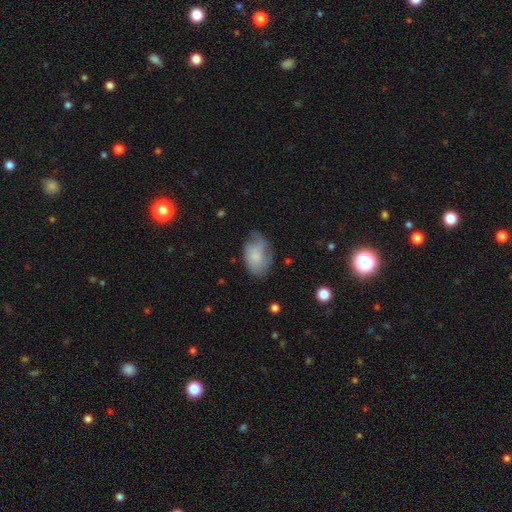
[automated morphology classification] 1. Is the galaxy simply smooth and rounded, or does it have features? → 68% smooth, 24% featured or disk, 8% star or artifact.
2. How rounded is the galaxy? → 89% in between, 10% round, 1% cigar-shaped.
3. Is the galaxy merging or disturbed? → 50% none, 33% minor disturbance, 15% major disturbance, 2% merger.